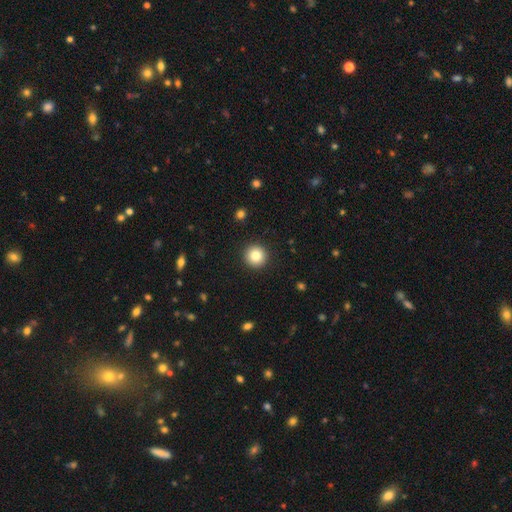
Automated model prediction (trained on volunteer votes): Smooth or featured? Predicted: smooth (p=0.84). How rounded? Predicted: round (p=0.96). Merging? Predicted: none (p=0.93).